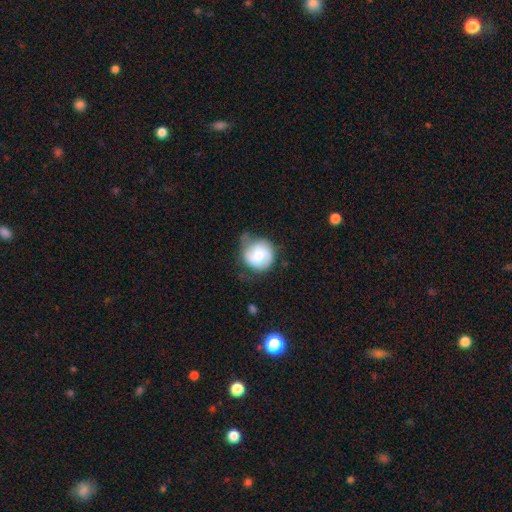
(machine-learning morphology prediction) Q: Smooth or featured?
A: smooth (62%); runner-up: featured or disk (30%)
Q: How rounded?
A: round (88%); runner-up: in between (11%)
Q: Merging?
A: none (46%); runner-up: minor disturbance (37%)